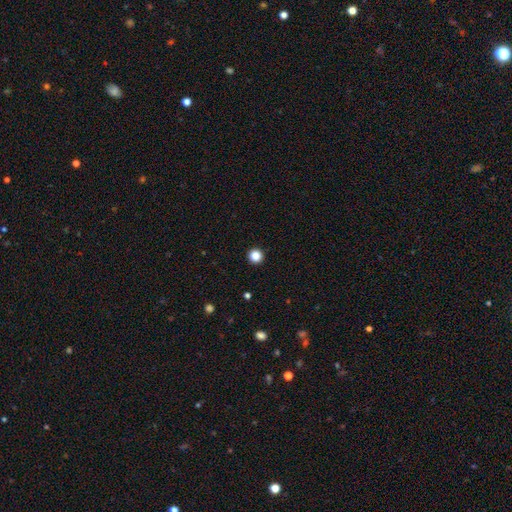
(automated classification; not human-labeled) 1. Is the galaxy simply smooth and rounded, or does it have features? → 86% smooth, 12% star or artifact, 3% featured or disk.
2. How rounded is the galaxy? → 96% round, 3% in between, 1% cigar-shaped.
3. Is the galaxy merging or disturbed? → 94% none, 4% minor disturbance, 1% major disturbance, 1% merger.